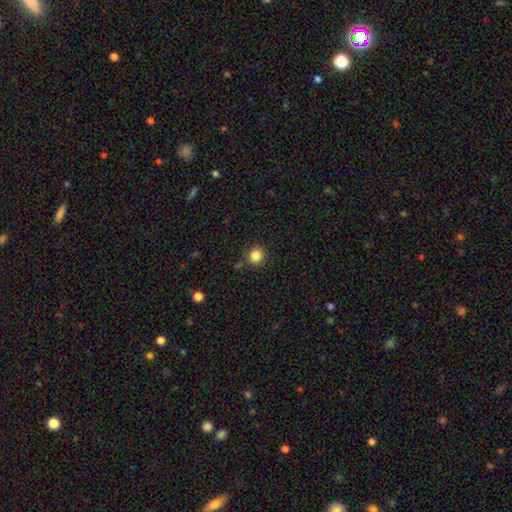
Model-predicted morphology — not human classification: A smooth galaxy with no disk features (84%) that is round (94%). Merging: none (87%).